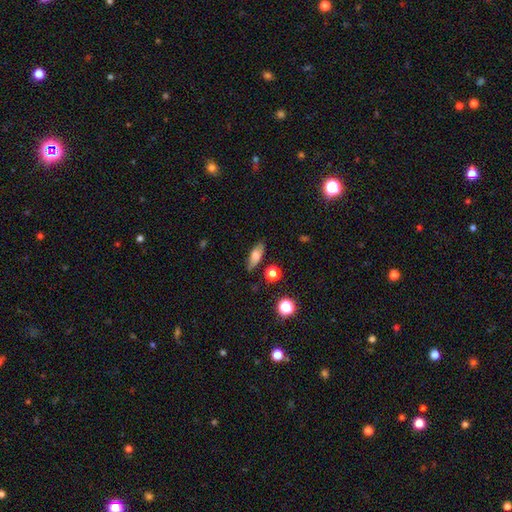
Morphology: type=smooth (69%); roundness=in between (56%); merging=none (76%).